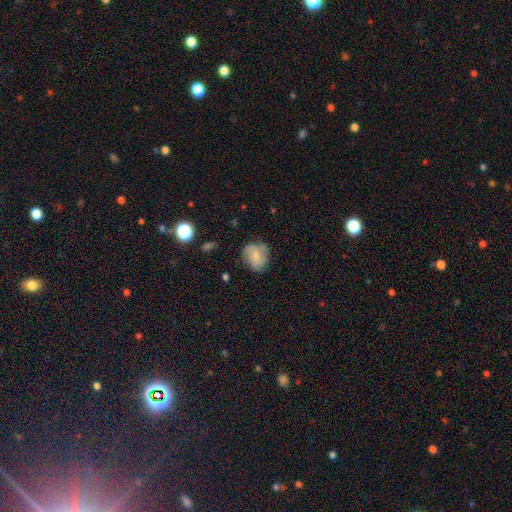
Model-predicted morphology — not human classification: type=smooth (62%); roundness=round (61%); merging=none (63%).